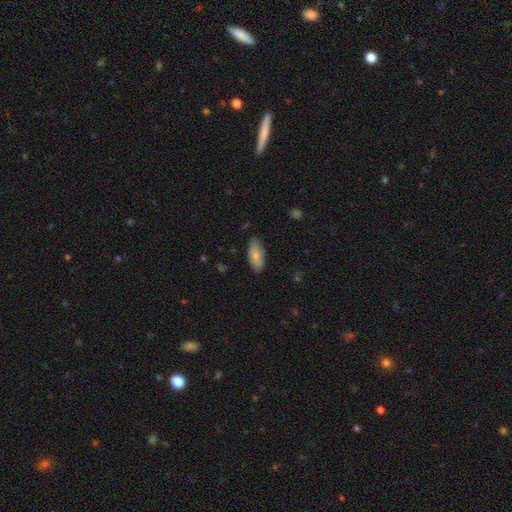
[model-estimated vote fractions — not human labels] A smooth galaxy with no disk features (80%) that is in between round and cigar-shaped (84%).

Vote fractions:
- Smooth or featured? smooth: 80% / featured or disk: 14% / star or artifact: 6%
- How rounded? in between: 84% / cigar-shaped: 14% / round: 2%
- Merging? none: 78% / minor disturbance: 18% / major disturbance: 3% / merger: 2%